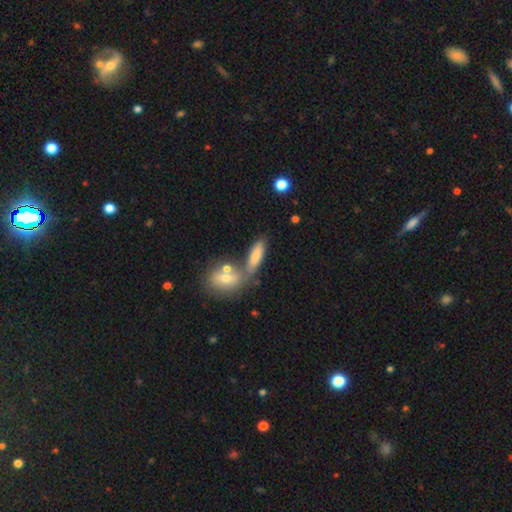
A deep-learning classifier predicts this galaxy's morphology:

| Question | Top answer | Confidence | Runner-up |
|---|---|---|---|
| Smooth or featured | smooth | 76% | featured or disk (15%) |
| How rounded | in between | 58% | cigar-shaped (38%) |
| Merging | none | 48% | merger (33%) |